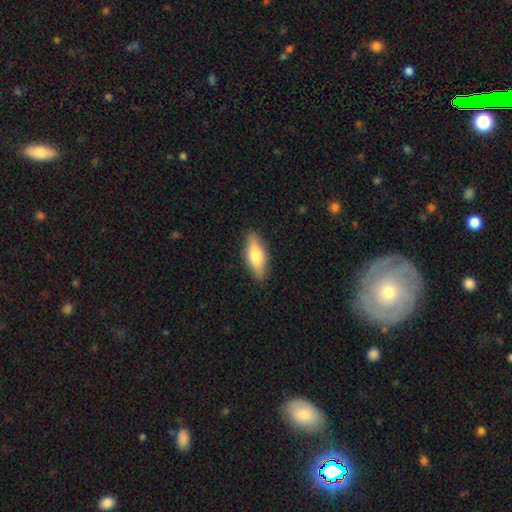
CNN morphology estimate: This appears to be a smooth galaxy with no disk features (67%) that is in between round and cigar-shaped (65%). Merging: none (88%).